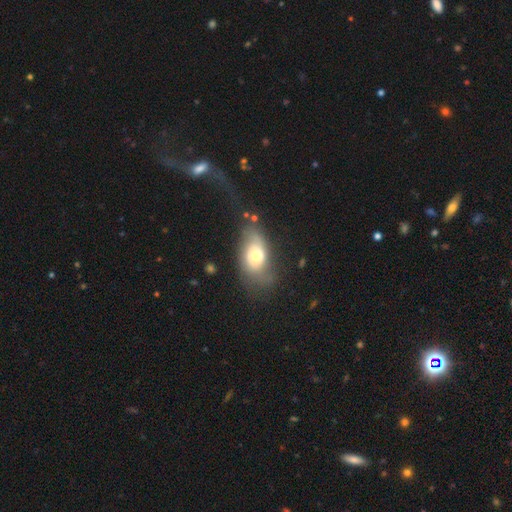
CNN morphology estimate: A smooth galaxy with no disk features (54%) that is in between round and cigar-shaped (85%). Merging: none (49%).